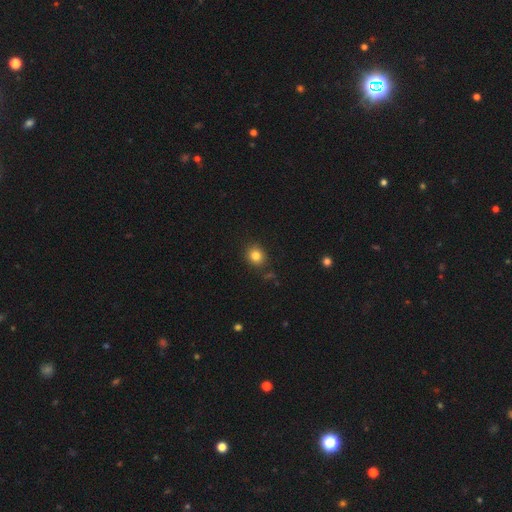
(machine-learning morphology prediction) smooth 82%, star or artifact 11%, featured or disk 6%. Down the decision tree: how rounded — round (74%); merging — none (85%).